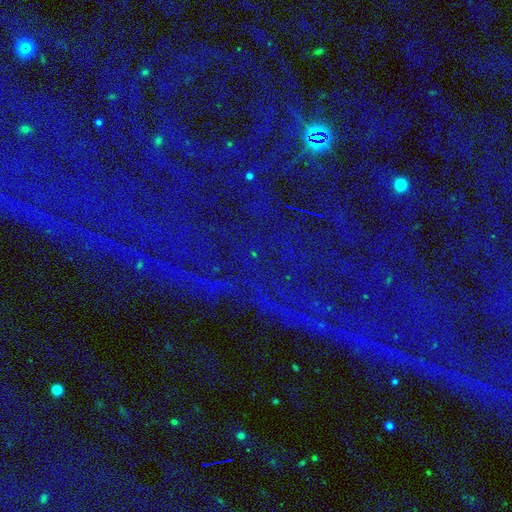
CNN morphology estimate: This is clearly a star or artifact rather than a galaxy (85%).